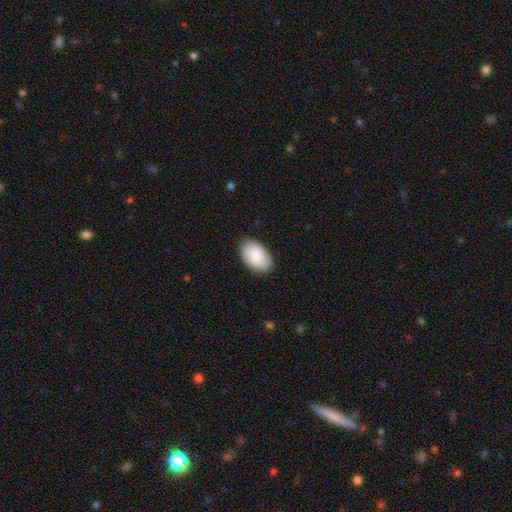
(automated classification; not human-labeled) Smooth or featured?
  - smooth: 84% *
  - featured or disk: 11%
  - star or artifact: 5%
How rounded?
  - in between: 93% *
  - round: 6%
  - cigar-shaped: 1%
Merging?
  - none: 85% *
  - minor disturbance: 12%
  - major disturbance: 2%
  - merger: 1%